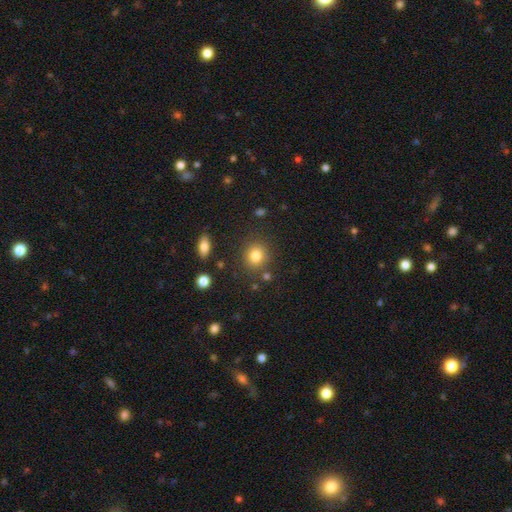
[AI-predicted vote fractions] Smooth or featured: smooth — 82% (star or artifact — 11%)
How rounded: round — 81% (in between — 18%)
Merging: none — 83% (minor disturbance — 9%)